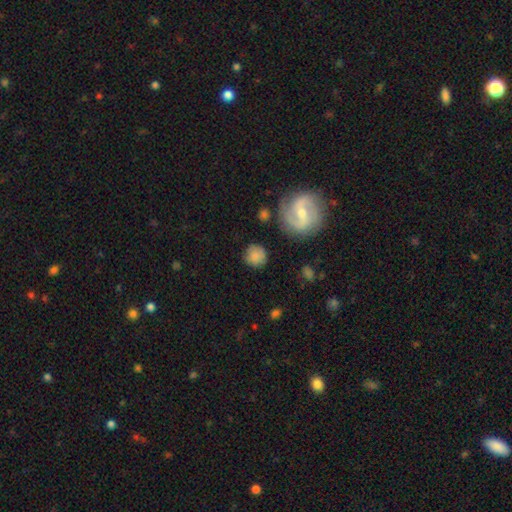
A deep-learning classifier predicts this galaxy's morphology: smooth_or_featured: smooth (p=0.73) [alt: featured or disk p=0.18]
how_rounded: round (p=0.89) [alt: in between p=0.10]
merging: none (p=0.78) [alt: minor disturbance p=0.14]